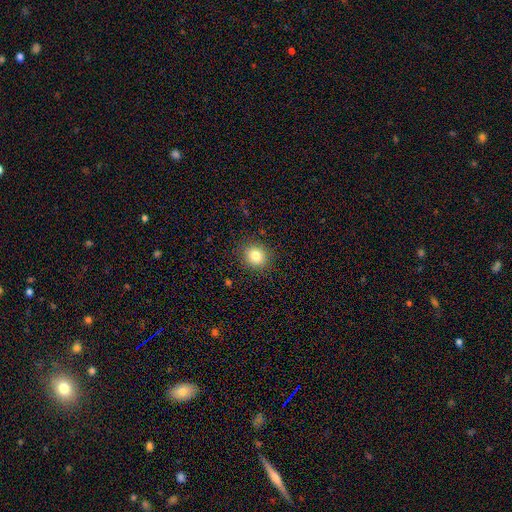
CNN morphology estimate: smooth-or-featured: smooth: 82% | star or artifact: 11% | featured or disk: 7%
  how-rounded: round: 77% | in between: 22% | cigar-shaped: 1%
  merging: none: 89% | minor disturbance: 8% | major disturbance: 3% | merger: 1%